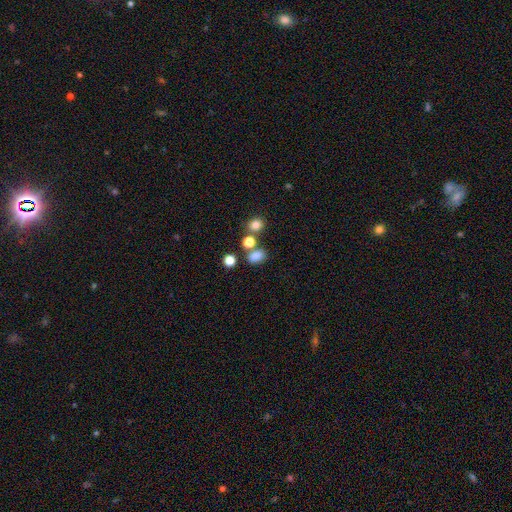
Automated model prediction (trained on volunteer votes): A smooth galaxy with no disk features (79%) that is in between round and cigar-shaped (69%).

Vote fractions:
- Smooth or featured? smooth: 79% / star or artifact: 14% / featured or disk: 7%
- How rounded? in between: 69% / round: 30% / cigar-shaped: 1%
- Merging? none: 62% / merger: 20% / minor disturbance: 13% / major disturbance: 5%